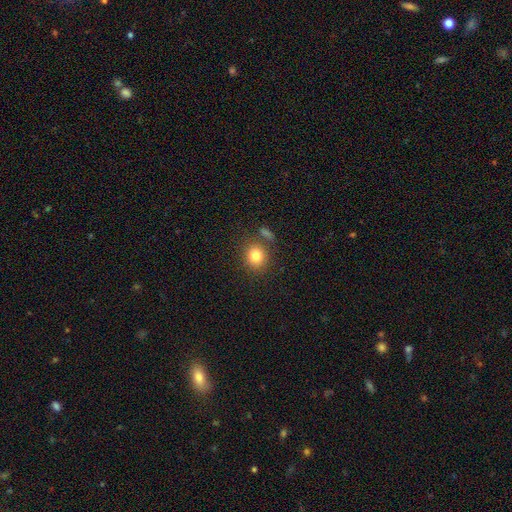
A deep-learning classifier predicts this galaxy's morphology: This appears to be a smooth galaxy with no disk features (81%) that is round (76%). Merging: none (74%).